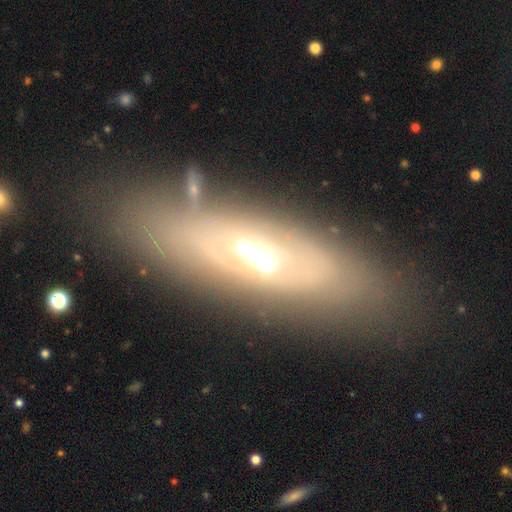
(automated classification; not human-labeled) Smooth or featured?
  - featured or disk: 61% *
  - smooth: 28%
  - star or artifact: 11%
Edge-on disk?
  - no: 54% *
  - yes: 46%
Merging?
  - none: 79% *
  - minor disturbance: 12%
  - major disturbance: 6%
  - merger: 3%